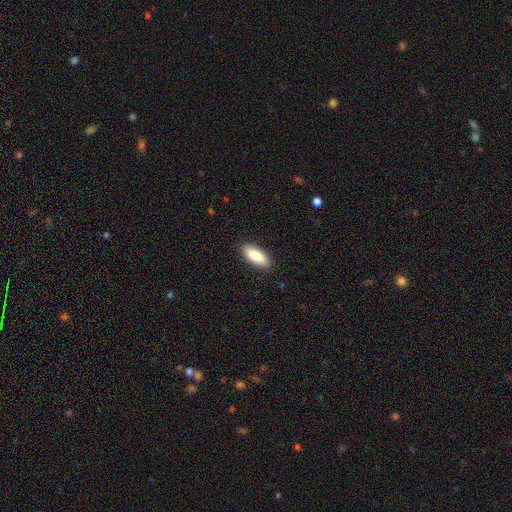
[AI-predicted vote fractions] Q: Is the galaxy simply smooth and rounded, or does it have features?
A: smooth — 86%.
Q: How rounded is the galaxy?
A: in between — 80%.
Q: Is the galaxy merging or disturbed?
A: none — 89%.